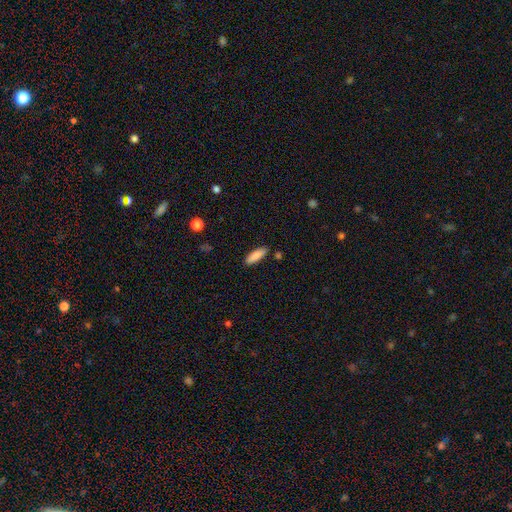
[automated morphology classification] Smooth or featured? smooth (87%)
How rounded? in between (53%)
Merging? none (85%)